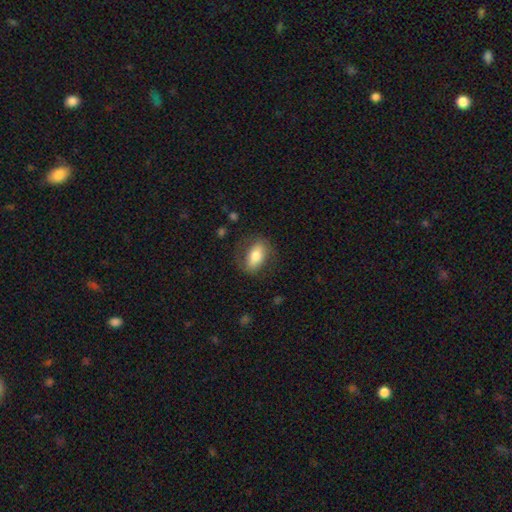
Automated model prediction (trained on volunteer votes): This appears to be a smooth galaxy with no disk features (68%) that is in between round and cigar-shaped (87%). Merging: none (76%).